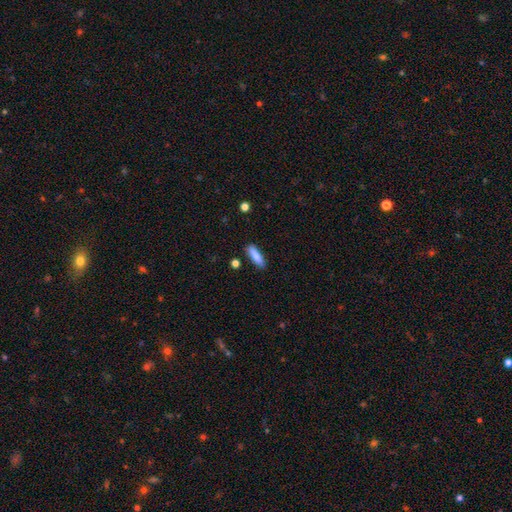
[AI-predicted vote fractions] A smooth galaxy with no disk features (85%) that is cigar-shaped (59%).

Vote fractions:
- Smooth or featured? smooth: 85% / featured or disk: 8% / star or artifact: 7%
- How rounded? cigar-shaped: 59% / in between: 39% / round: 2%
- Merging? none: 83% / minor disturbance: 11% / merger: 3% / major disturbance: 2%